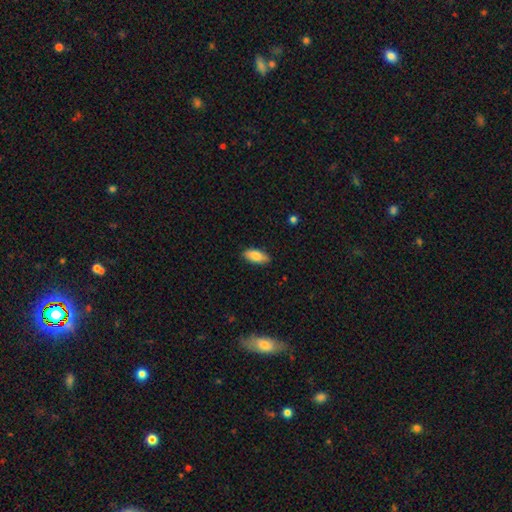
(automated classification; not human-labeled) Q: Smooth or featured?
A: smooth (82%); runner-up: featured or disk (11%)
Q: How rounded?
A: in between (86%); runner-up: cigar-shaped (12%)
Q: Merging?
A: none (86%); runner-up: minor disturbance (11%)